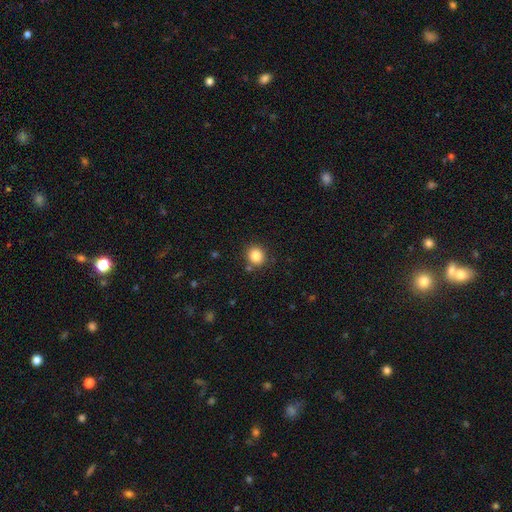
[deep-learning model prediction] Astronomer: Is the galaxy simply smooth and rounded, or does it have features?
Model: smooth — 85%.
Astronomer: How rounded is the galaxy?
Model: round — 85%.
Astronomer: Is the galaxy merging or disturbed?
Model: none — 85%.